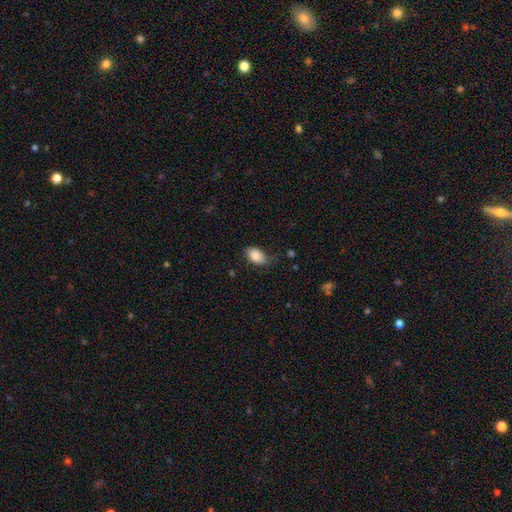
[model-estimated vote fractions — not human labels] Smooth or featured?
  - smooth: 86% *
  - star or artifact: 7%
  - featured or disk: 7%
How rounded?
  - in between: 92% *
  - round: 6%
  - cigar-shaped: 2%
Merging?
  - none: 65% *
  - minor disturbance: 27%
  - major disturbance: 6%
  - merger: 2%